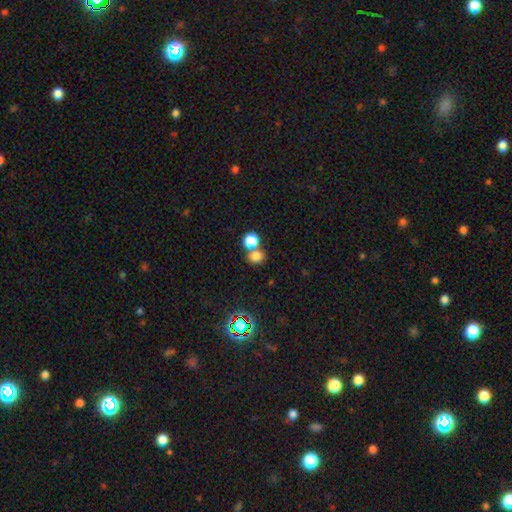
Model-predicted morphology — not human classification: A smooth galaxy with no disk features (77%) that is round (78%). Merging: none (52%).